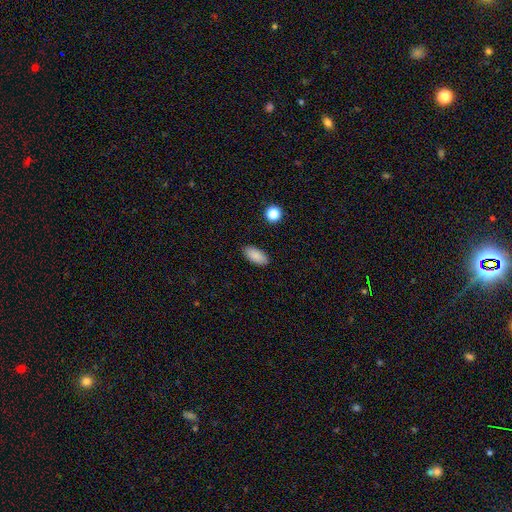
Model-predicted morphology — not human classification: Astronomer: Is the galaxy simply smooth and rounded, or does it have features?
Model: smooth — 88%.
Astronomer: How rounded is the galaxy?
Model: in between — 91%.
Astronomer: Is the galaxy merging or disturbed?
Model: none — 88%.